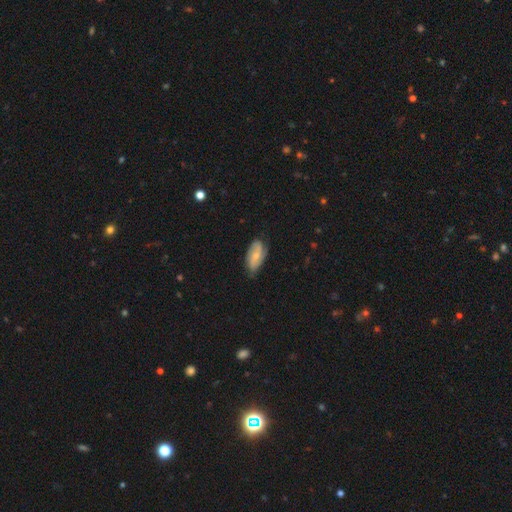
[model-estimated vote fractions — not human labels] Smooth or featured?
  - featured or disk: 53% *
  - smooth: 41%
  - star or artifact: 6%
Edge-on disk?
  - no: 92% *
  - yes: 8%
Merging?
  - none: 66% *
  - minor disturbance: 27%
  - major disturbance: 6%
  - merger: 1%